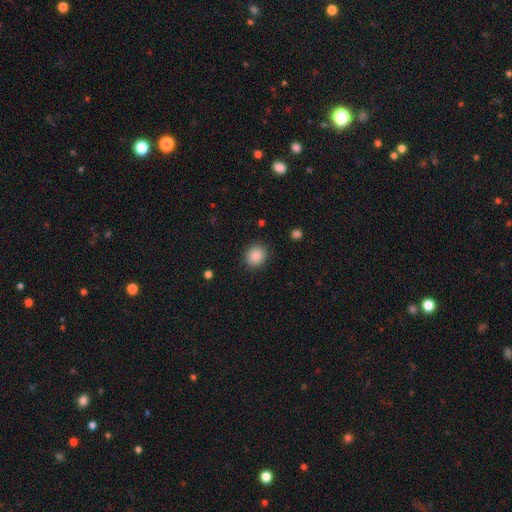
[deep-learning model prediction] This is clearly a smooth galaxy (88%). How rounded: clearly round (81%). Merging: clearly none (89%).